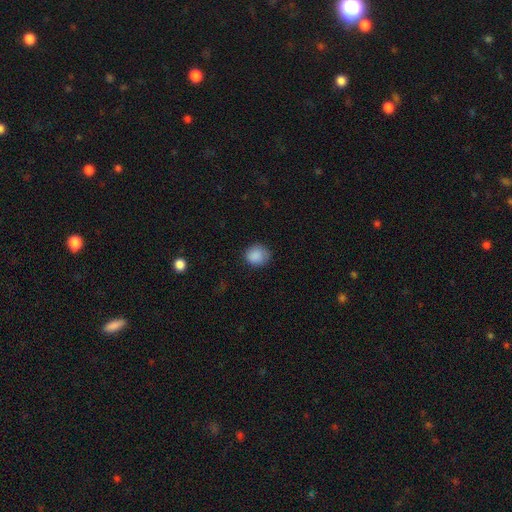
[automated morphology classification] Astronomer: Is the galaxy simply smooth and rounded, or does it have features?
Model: smooth — 88%.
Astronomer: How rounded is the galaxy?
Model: round — 80%.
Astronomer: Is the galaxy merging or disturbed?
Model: none — 77%.